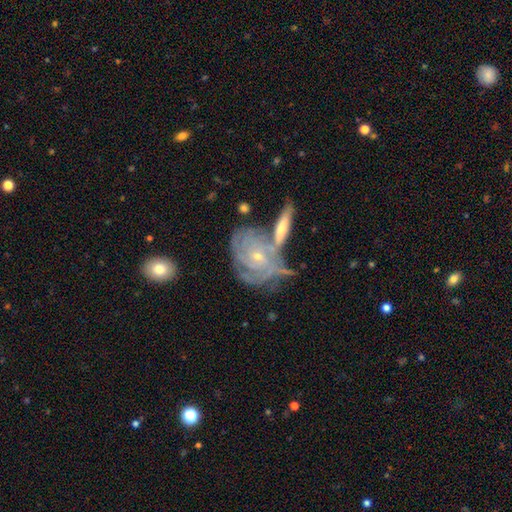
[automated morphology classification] Smooth or featured?
  - featured or disk: 83% *
  - smooth: 10%
  - star or artifact: 7%
Edge-on disk?
  - no: 94% *
  - yes: 6%
Bar?
  - no: 72% *
  - weak: 23%
  - strong: 5%
Spiral arms?
  - yes: 94% *
  - no: 6%
Spiral winding?
  - tight: 75% *
  - medium: 21%
  - loose: 5%
Spiral arm count?
  - can't tell: 36% *
  - 4: 21%
  - 3: 20%
  - 2: 11%
  - more than 4: 7%
  - 1: 5%
Bulge size?
  - small: 72% *
  - moderate: 24%
  - none: 1%
  - large: 1%
  - dominant: 1%
Merging?
  - none: 53% *
  - merger: 20%
  - minor disturbance: 19%
  - major disturbance: 8%